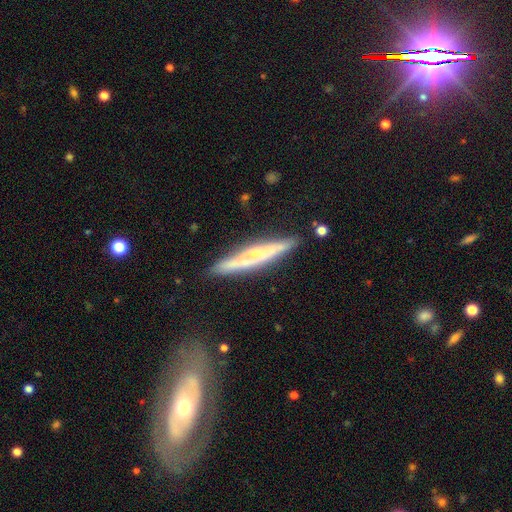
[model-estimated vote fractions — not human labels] The model was most divided on "edge-on bulge": rounded: 55%, none: 35%, boxy: 10%. More confident: edge-on disk — yes (92%); merging — none (82%); smooth or featured — featured or disk (65%).